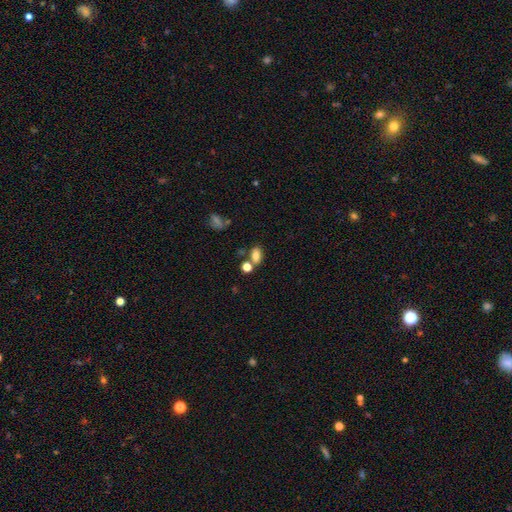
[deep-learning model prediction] The model was most divided on "merging": none: 60%, merger: 21%, minor disturbance: 14%, major disturbance: 5%. More confident: how rounded — in between (84%); smooth or featured — smooth (78%).